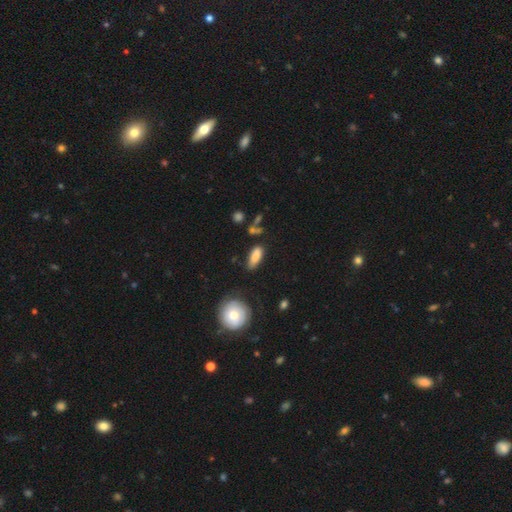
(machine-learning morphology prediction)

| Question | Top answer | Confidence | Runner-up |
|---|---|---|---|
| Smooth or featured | smooth | 83% | featured or disk (9%) |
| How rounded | in between | 71% | cigar-shaped (26%) |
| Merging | none | 72% | minor disturbance (19%) |